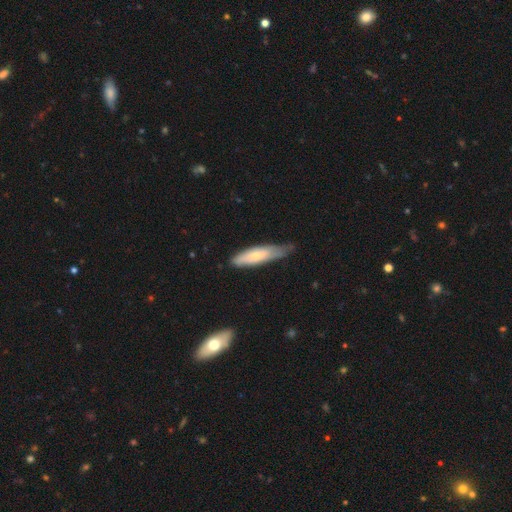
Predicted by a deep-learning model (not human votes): smooth_or_featured: smooth (p=0.63) [alt: featured or disk p=0.32]
how_rounded: cigar-shaped (p=0.68) [alt: in between p=0.30]
merging: none (p=0.52) [alt: minor disturbance p=0.37]